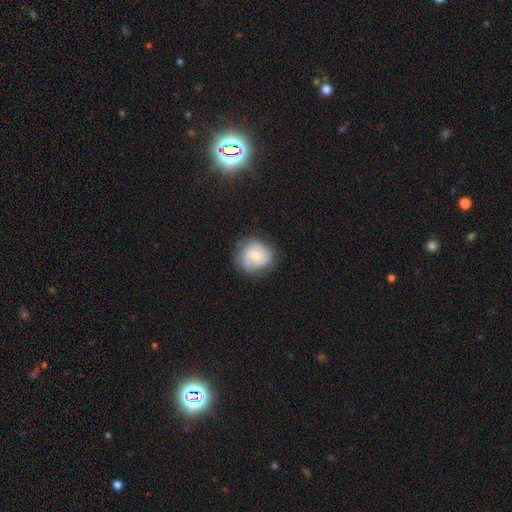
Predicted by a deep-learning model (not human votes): A smooth galaxy with no disk features (50%) that is round (83%). Merging: none (71%).